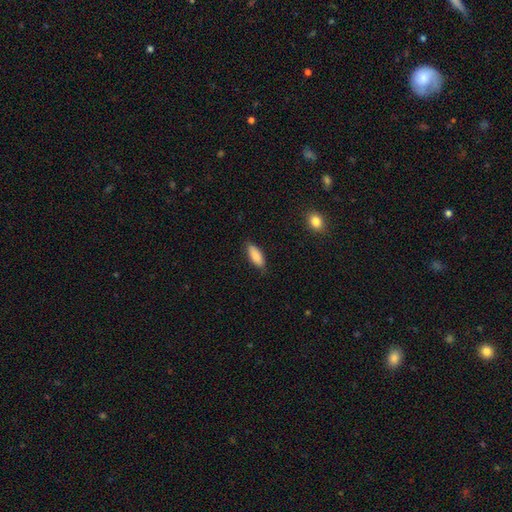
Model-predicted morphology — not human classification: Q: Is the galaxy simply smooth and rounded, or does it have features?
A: smooth — 87%.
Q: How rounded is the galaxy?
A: in between — 71%.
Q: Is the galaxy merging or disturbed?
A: none — 83%.